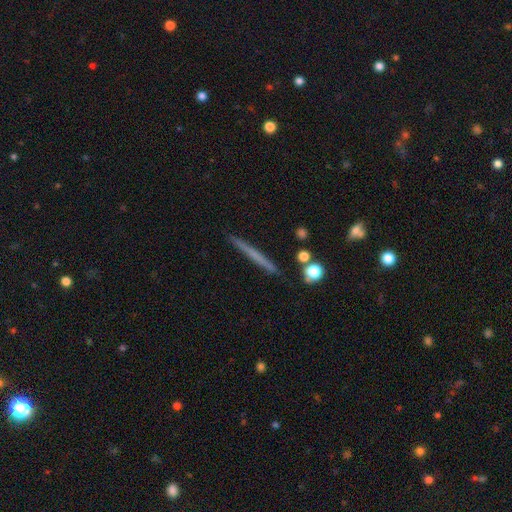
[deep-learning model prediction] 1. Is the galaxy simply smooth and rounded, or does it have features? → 50% smooth, 44% featured or disk, 7% star or artifact.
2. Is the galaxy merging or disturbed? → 90% none, 7% minor disturbance, 2% merger, 2% major disturbance.